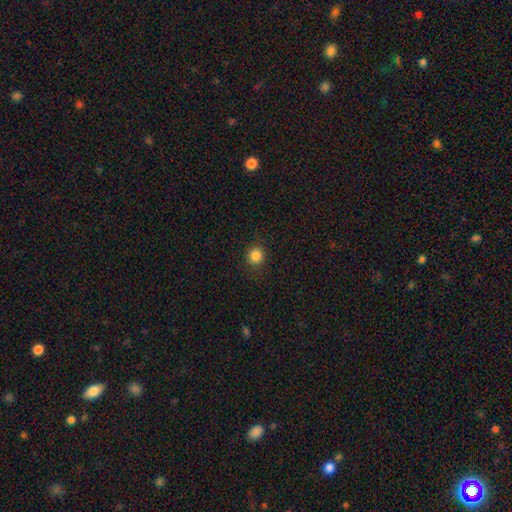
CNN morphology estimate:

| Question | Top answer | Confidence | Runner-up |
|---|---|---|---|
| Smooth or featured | smooth | 85% | star or artifact (11%) |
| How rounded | round | 91% | in between (8%) |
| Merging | none | 90% | minor disturbance (7%) |